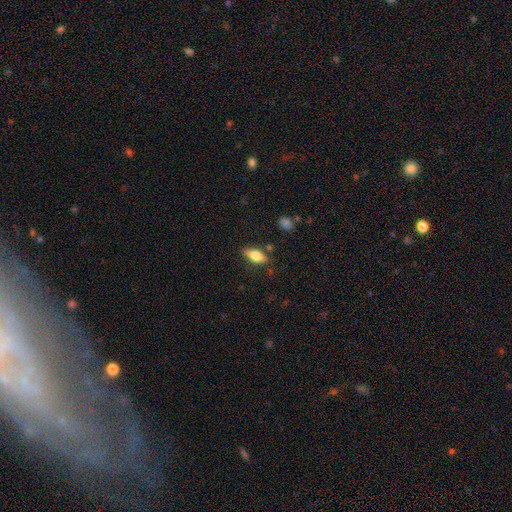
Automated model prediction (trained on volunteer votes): A smooth galaxy with no disk features (73%) that is in between round and cigar-shaped (82%). Merging: none (80%).